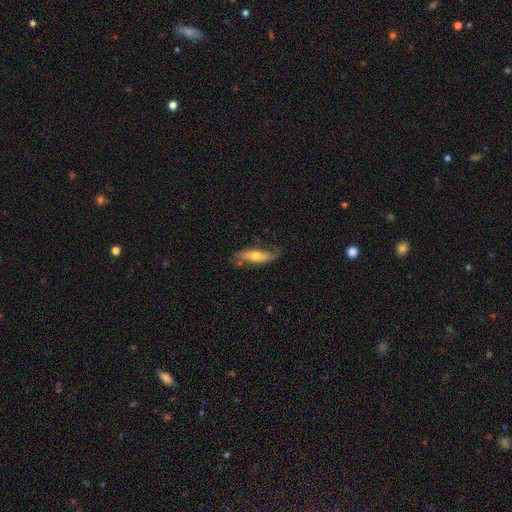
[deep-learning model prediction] A smooth galaxy with no disk features (48%).

Vote fractions:
- Smooth or featured? smooth: 48% / featured or disk: 45% / star or artifact: 6%
- Merging? none: 67% / minor disturbance: 23% / major disturbance: 7% / merger: 2%